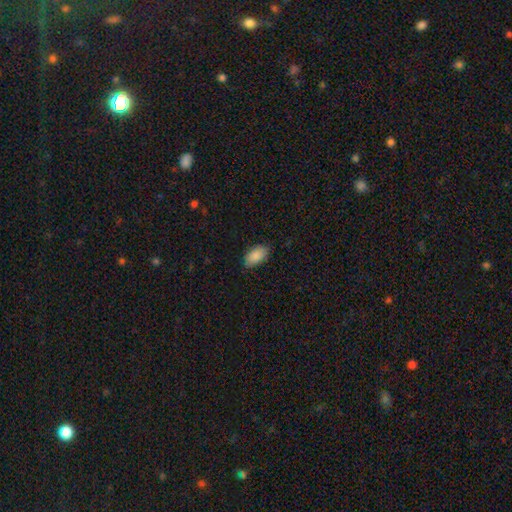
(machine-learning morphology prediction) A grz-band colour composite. It shows a smooth galaxy with no disk features (89%) that is in between round and cigar-shaped (94%). Merging: none (83%).